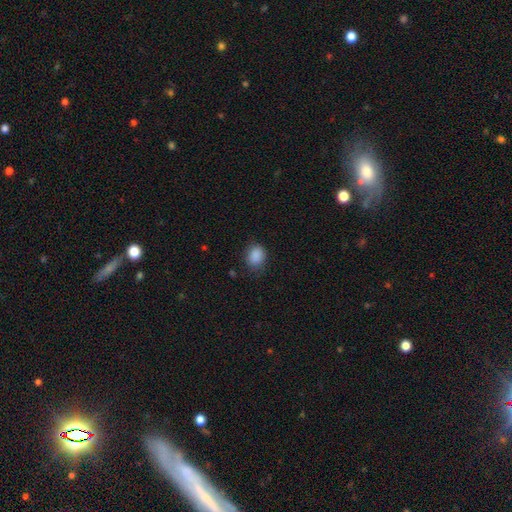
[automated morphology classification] Smooth or featured? Predicted: smooth (p=0.88). How rounded? Predicted: round (p=0.52). Merging? Predicted: none (p=0.74).